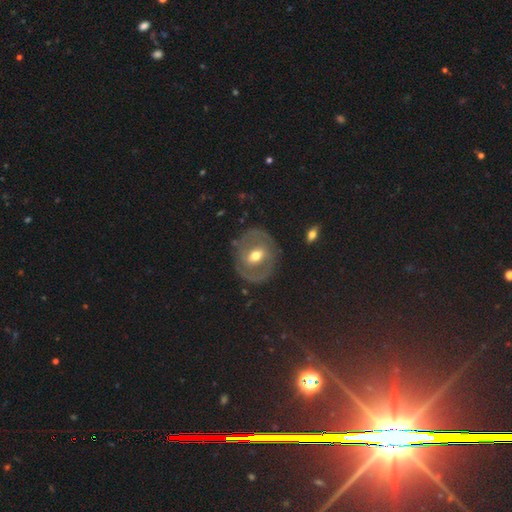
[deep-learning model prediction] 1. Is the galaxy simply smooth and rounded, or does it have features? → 67% featured or disk, 26% smooth, 7% star or artifact.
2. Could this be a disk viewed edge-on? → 94% no, 6% yes.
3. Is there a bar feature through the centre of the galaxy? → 45% weak, 29% no, 26% strong.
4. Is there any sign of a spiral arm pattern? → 51% yes, 49% no.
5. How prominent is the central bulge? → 76% moderate, 15% small, 7% large, 1% dominant, 1% none.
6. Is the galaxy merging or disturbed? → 76% none, 15% minor disturbance, 7% major disturbance, 2% merger.